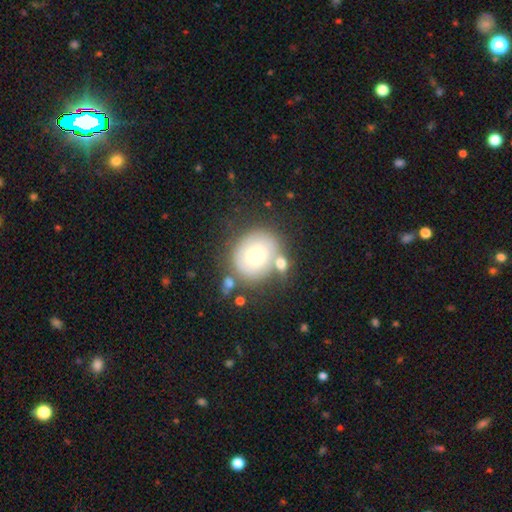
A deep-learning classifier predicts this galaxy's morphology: smooth-or-featured: smooth: 59% | featured or disk: 32% | star or artifact: 9%
  how-rounded: round: 77% | in between: 22% | cigar-shaped: 1%
  merging: none: 61% | minor disturbance: 16% | merger: 15% | major disturbance: 8%